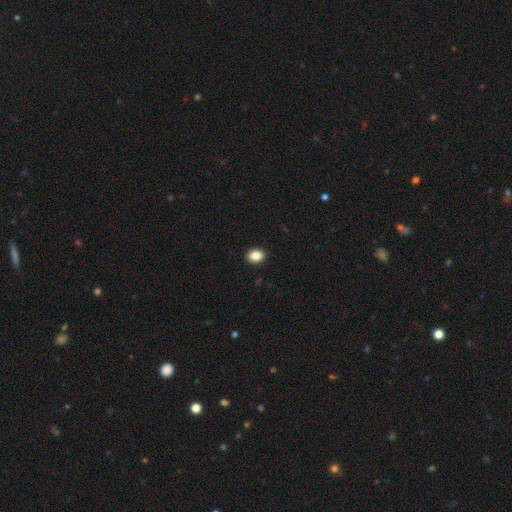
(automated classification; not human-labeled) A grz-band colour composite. It shows a smooth galaxy with no disk features (87%) that is in between round and cigar-shaped (63%). Merging: none (92%).